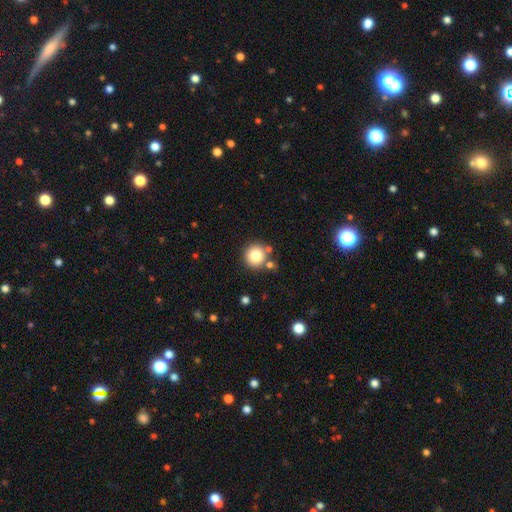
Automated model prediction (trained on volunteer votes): Q: Smooth or featured?
A: smooth (79%); runner-up: star or artifact (11%)
Q: How rounded?
A: round (94%); runner-up: in between (5%)
Q: Merging?
A: none (77%); runner-up: merger (12%)